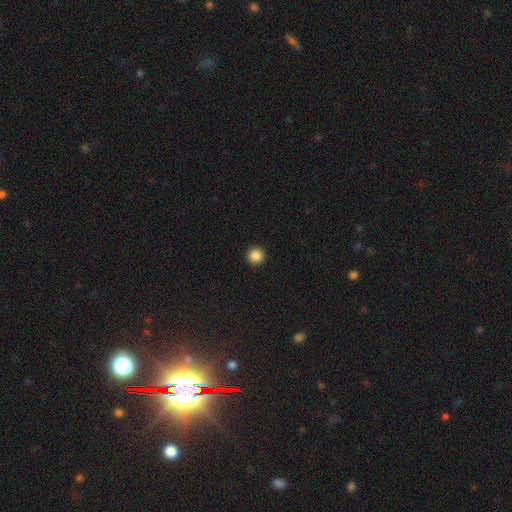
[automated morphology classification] smooth-or-featured: smooth: 86% | star or artifact: 11% | featured or disk: 3%
  how-rounded: round: 96% | in between: 3% | cigar-shaped: 1%
  merging: none: 94% | minor disturbance: 4% | major disturbance: 1% | merger: 1%